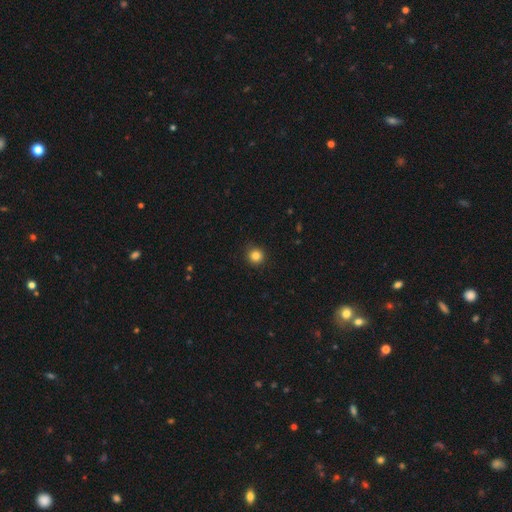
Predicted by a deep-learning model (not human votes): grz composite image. It shows a smooth galaxy with no disk features (84%) that is round (94%). Merging: none (91%).